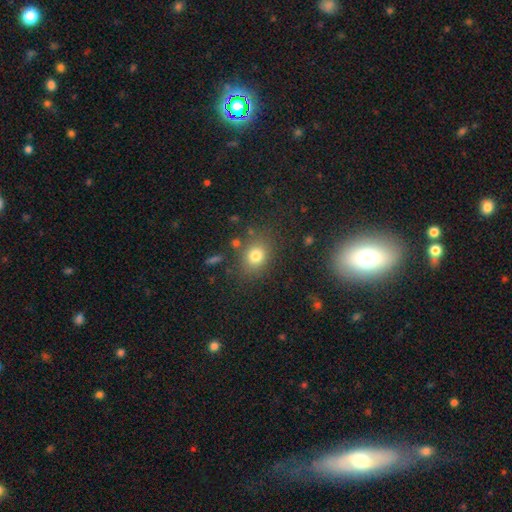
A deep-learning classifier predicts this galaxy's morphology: A smooth galaxy with no disk features (78%) that is round (55%). Merging: none (79%).